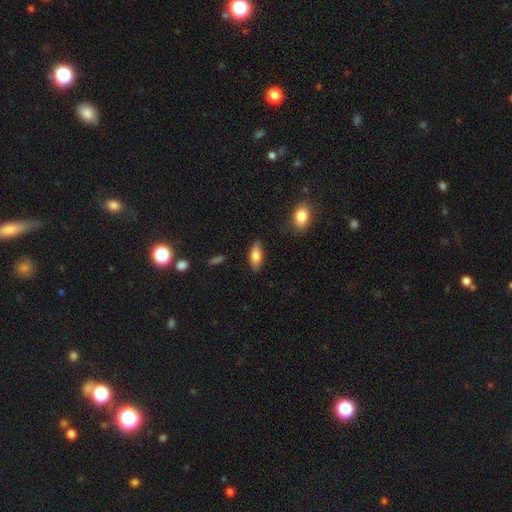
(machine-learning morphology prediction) type=smooth (79%); roundness=in between (84%); merging=none (80%).